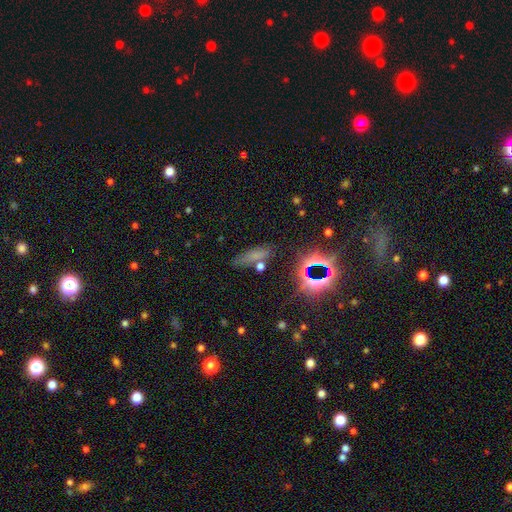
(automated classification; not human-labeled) smooth_or_featured: smooth (p=0.58) [alt: star or artifact p=0.27]
how_rounded: cigar-shaped (p=0.56) [alt: in between p=0.38]
merging: none (p=0.70) [alt: minor disturbance p=0.16]